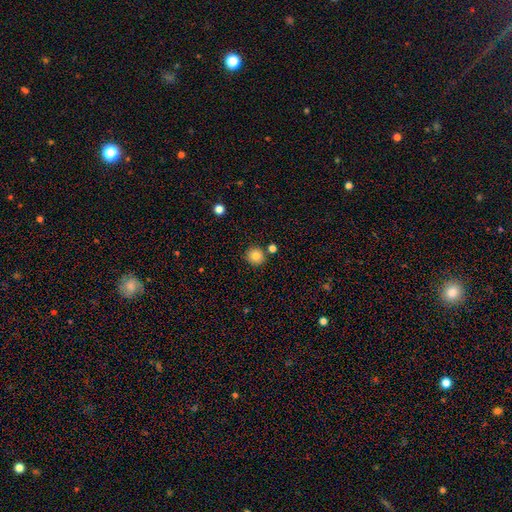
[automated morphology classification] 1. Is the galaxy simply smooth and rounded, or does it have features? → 83% smooth, 11% star or artifact, 7% featured or disk.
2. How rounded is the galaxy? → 93% round, 6% in between, 1% cigar-shaped.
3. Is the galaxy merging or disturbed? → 84% none, 7% minor disturbance, 7% merger, 2% major disturbance.